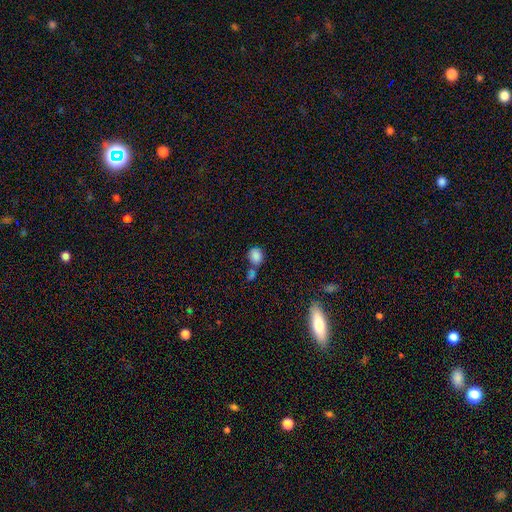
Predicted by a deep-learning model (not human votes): Smooth or featured? Predicted: smooth (p=0.85). How rounded? Predicted: round (p=0.62). Merging? Predicted: none (p=0.49).